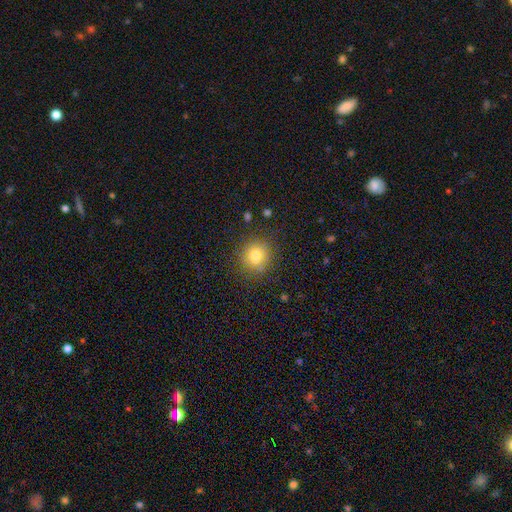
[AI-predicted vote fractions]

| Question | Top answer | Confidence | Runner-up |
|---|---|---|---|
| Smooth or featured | smooth | 79% | star or artifact (12%) |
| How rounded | round | 82% | in between (17%) |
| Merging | none | 82% | minor disturbance (11%) |